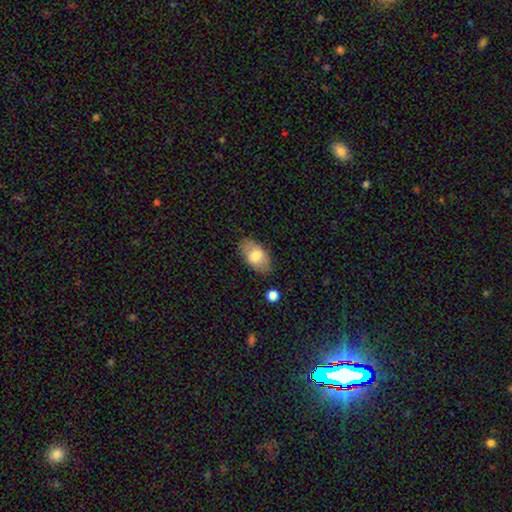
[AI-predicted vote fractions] smooth_or_featured: smooth (p=0.73) [alt: featured or disk p=0.21]
how_rounded: in between (p=0.93) [alt: round p=0.04]
merging: none (p=0.82) [alt: minor disturbance p=0.13]